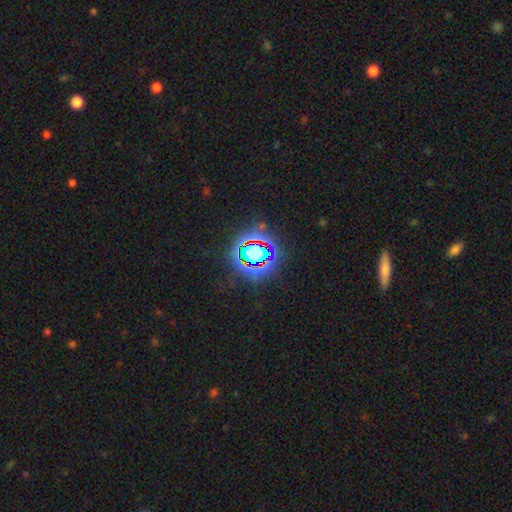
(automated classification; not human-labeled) Smooth or featured?
  - star or artifact: 79% *
  - smooth: 13%
  - featured or disk: 8%